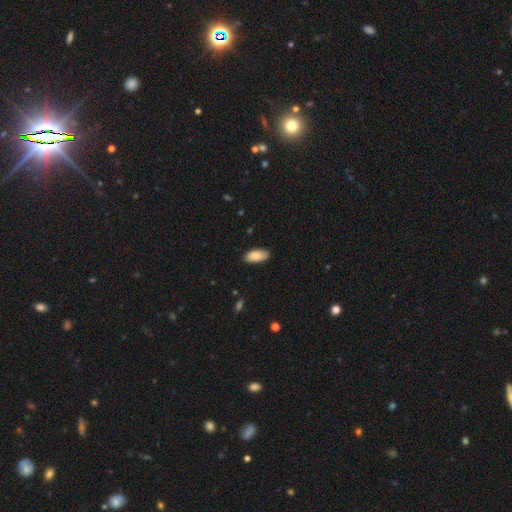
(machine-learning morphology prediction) smooth_or_featured: smooth (p=0.88) [alt: star or artifact p=0.06]
how_rounded: in between (p=0.90) [alt: cigar-shaped p=0.08]
merging: none (p=0.82) [alt: minor disturbance p=0.15]